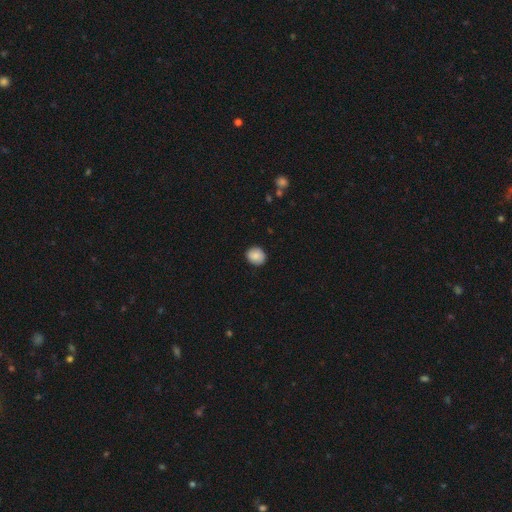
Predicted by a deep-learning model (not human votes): The model was most divided on "how rounded": round: 77%, in between: 22%, cigar-shaped: 1%. More confident: merging — none (88%); smooth or featured — smooth (87%).